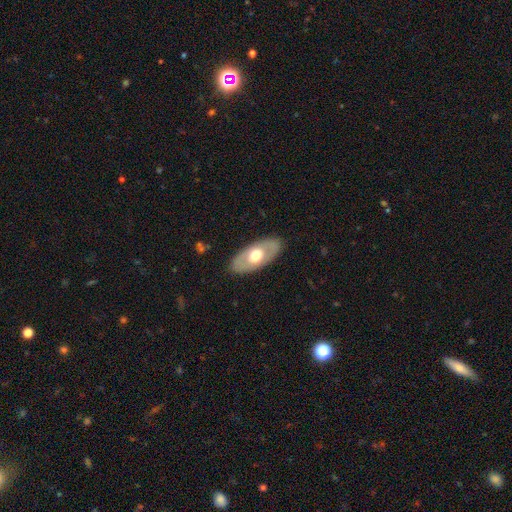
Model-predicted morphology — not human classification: This appears to be a smooth galaxy with no disk features (49%). Merging: none (85%).